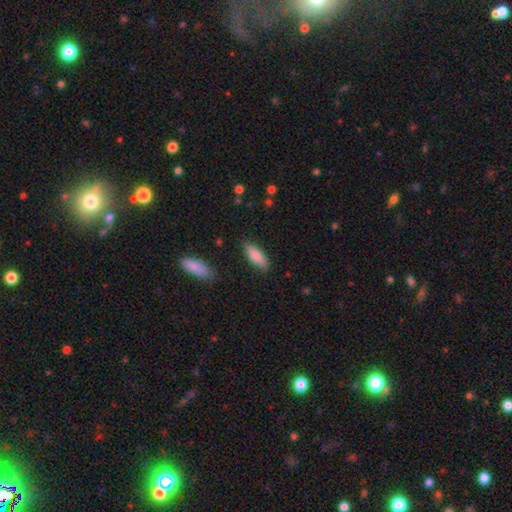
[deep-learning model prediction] Smooth or featured: smooth — 85% (featured or disk — 9%)
How rounded: in between — 68% (cigar-shaped — 31%)
Merging: none — 85% (minor disturbance — 11%)